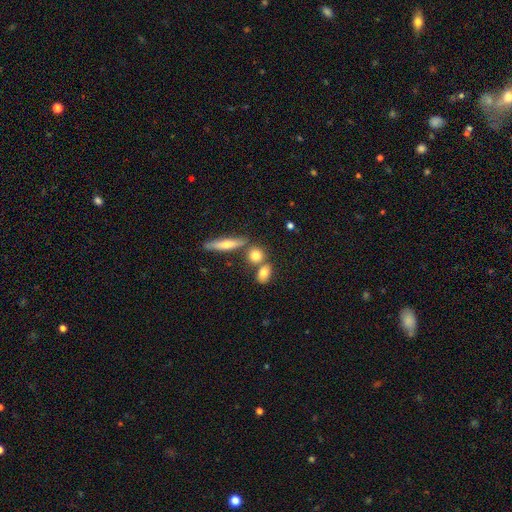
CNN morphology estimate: Smooth or featured: smooth — 75% (featured or disk — 15%)
How rounded: round — 50% (in between — 39%)
Merging: none — 59% (merger — 27%)